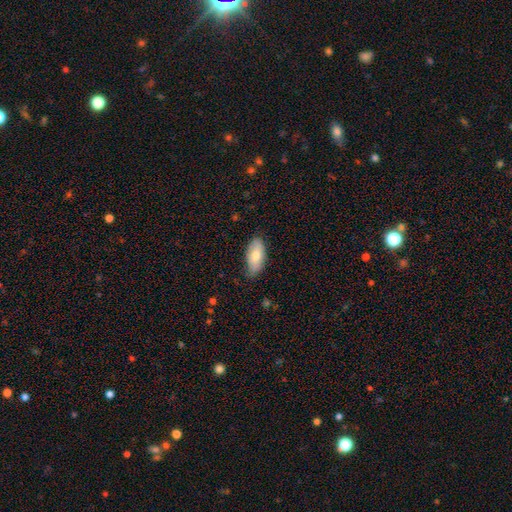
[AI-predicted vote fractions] Morphology: type=smooth (76%); roundness=in between (90%); merging=none (76%).